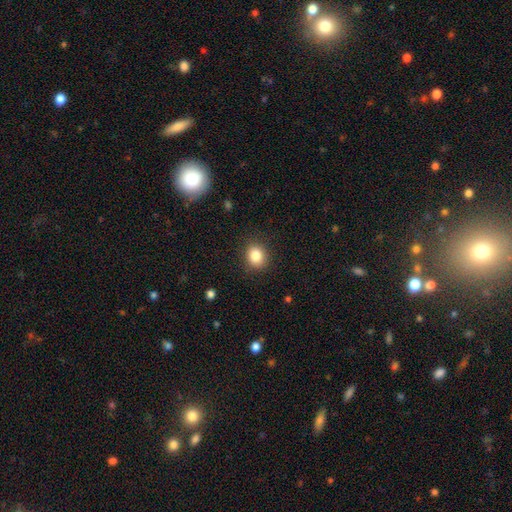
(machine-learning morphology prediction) A smooth galaxy with no disk features (84%) that is round (69%).

Vote fractions:
- Smooth or featured? smooth: 84% / star or artifact: 10% / featured or disk: 5%
- How rounded? round: 69% / in between: 30% / cigar-shaped: 1%
- Merging? none: 88% / minor disturbance: 8% / major disturbance: 3% / merger: 1%